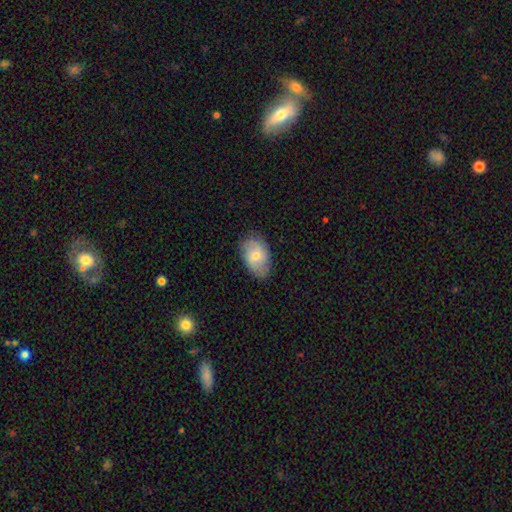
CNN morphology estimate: smooth 59%, featured or disk 34%, star or artifact 7%. Down the decision tree: how rounded — in between (89%); merging — none (79%).